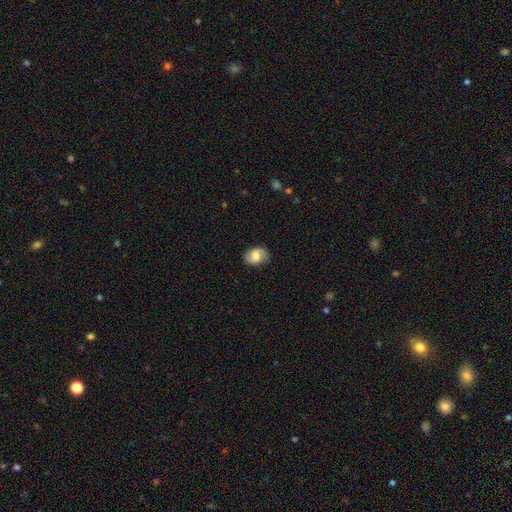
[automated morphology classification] smooth 52%, featured or disk 40%, star or artifact 8%. Down the decision tree: how rounded — in between (66%); merging — none (82%).